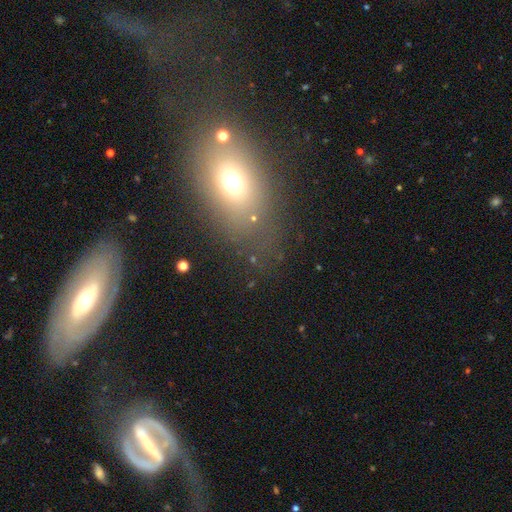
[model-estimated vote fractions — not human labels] A smooth galaxy with no disk features (52%) that is in between round and cigar-shaped (67%). Merging: none (69%).